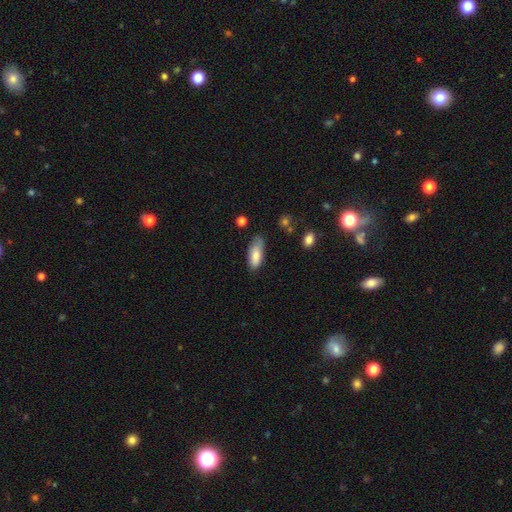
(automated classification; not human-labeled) A smooth galaxy with no disk features (81%) that is in between round and cigar-shaped (80%). Merging: none (56%).